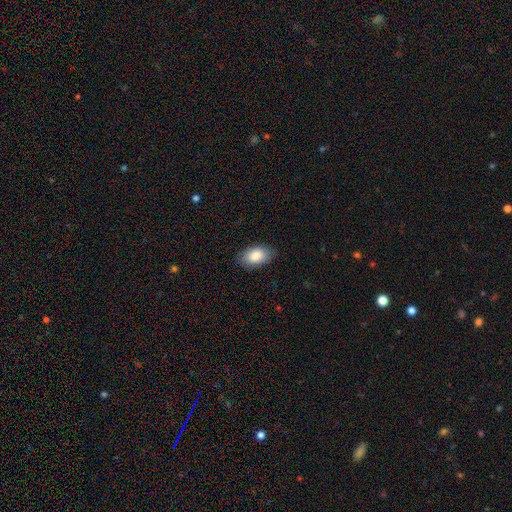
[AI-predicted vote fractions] smooth_or_featured: smooth (p=0.86) [alt: featured or disk p=0.08]
how_rounded: in between (p=0.93) [alt: round p=0.06]
merging: none (p=0.84) [alt: minor disturbance p=0.12]